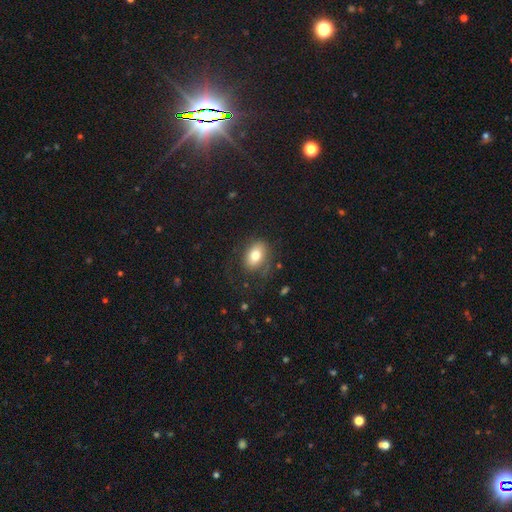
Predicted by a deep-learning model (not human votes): A smooth galaxy with no disk features (75%) that is in between round and cigar-shaped (82%). Merging: none (62%).